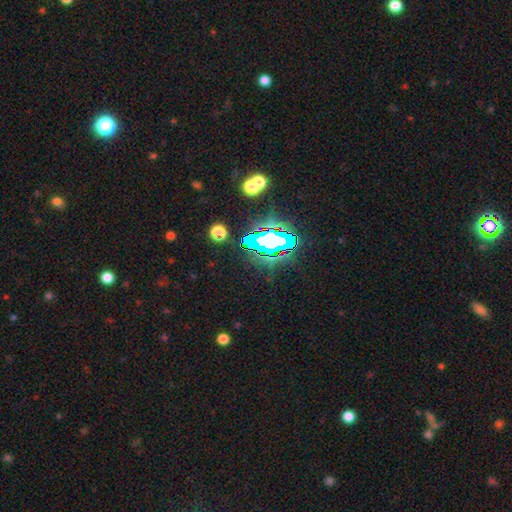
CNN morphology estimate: Smooth or featured?
  - star or artifact: 82% *
  - smooth: 11%
  - featured or disk: 7%